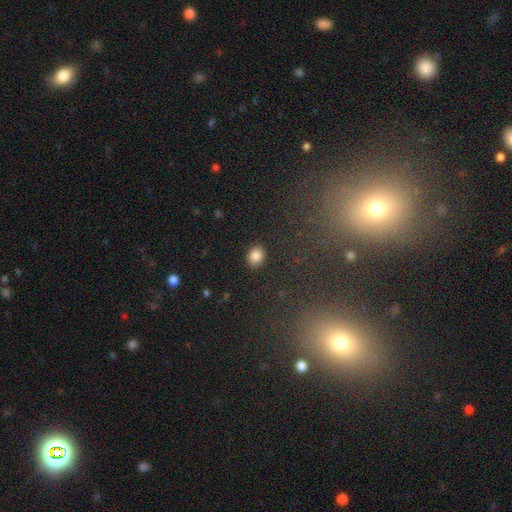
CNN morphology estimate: Overall: smooth (85%). How rounded: in between (55%; round 44%). Merging: none (89%).